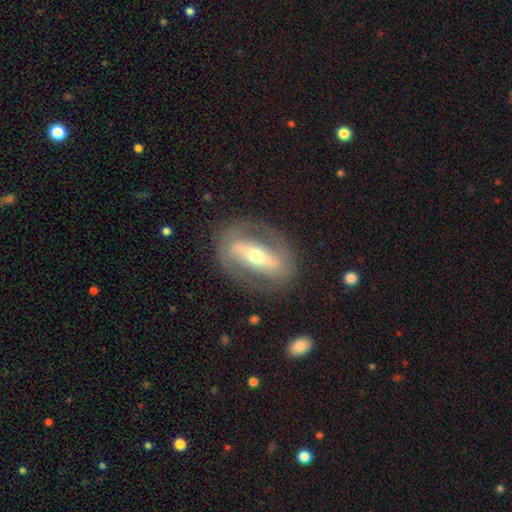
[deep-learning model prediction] featured or disk 78%, smooth 17%, star or artifact 5%. Down the decision tree: edge-on disk — no (84%); bar — strong (70%); spiral arms — yes (56%); bulge size — moderate (65%); merging — none (81%).